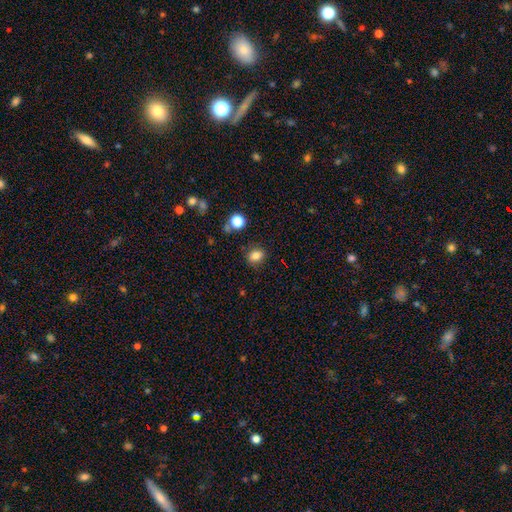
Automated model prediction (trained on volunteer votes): A smooth galaxy with no disk features (81%) that is in between round and cigar-shaped (50%).

Vote fractions:
- Smooth or featured? smooth: 81% / star or artifact: 12% / featured or disk: 7%
- How rounded? in between: 50% / round: 49% / cigar-shaped: 1%
- Merging? none: 79% / minor disturbance: 14% / major disturbance: 4% / merger: 3%